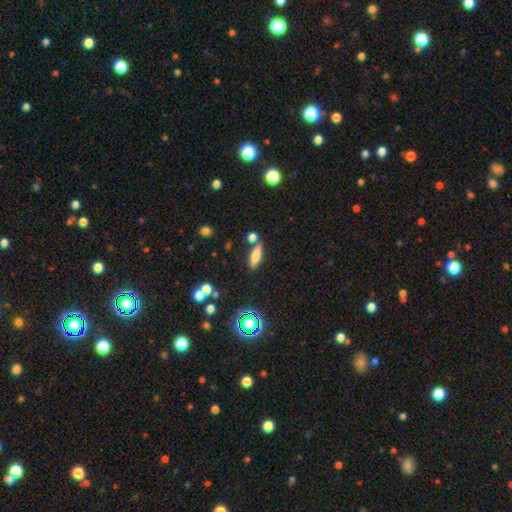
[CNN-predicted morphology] Smooth or featured?
  - smooth: 69% *
  - featured or disk: 20%
  - star or artifact: 11%
How rounded?
  - in between: 55% *
  - cigar-shaped: 42%
  - round: 4%
Merging?
  - none: 71% *
  - merger: 13%
  - minor disturbance: 12%
  - major disturbance: 4%